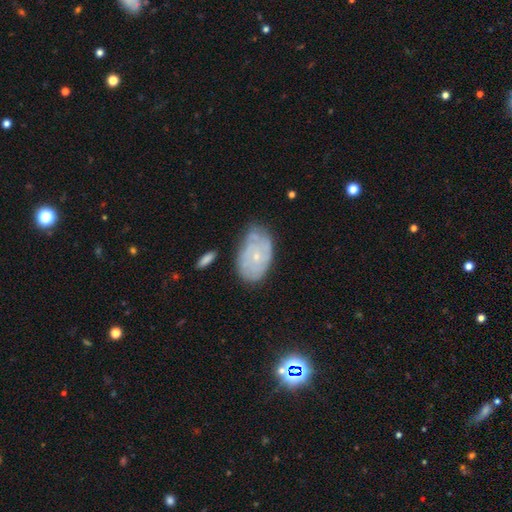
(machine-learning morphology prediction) A featured or disk galaxy (68%) with no bar (82%), tight (69%) spiral arms (80%) and a small central bulge (79%). Merging: none (61%).